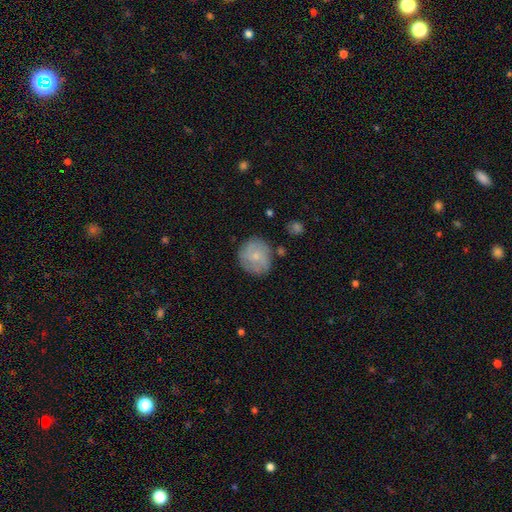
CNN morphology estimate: Smooth or featured: smooth — 57% (featured or disk — 35%)
How rounded: round — 88% (in between — 11%)
Merging: none — 74% (minor disturbance — 17%)